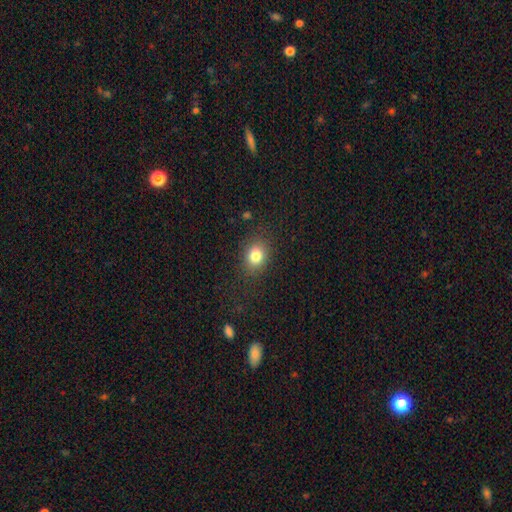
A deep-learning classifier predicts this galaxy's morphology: type=smooth (81%); roundness=in between (52%); merging=none (84%).